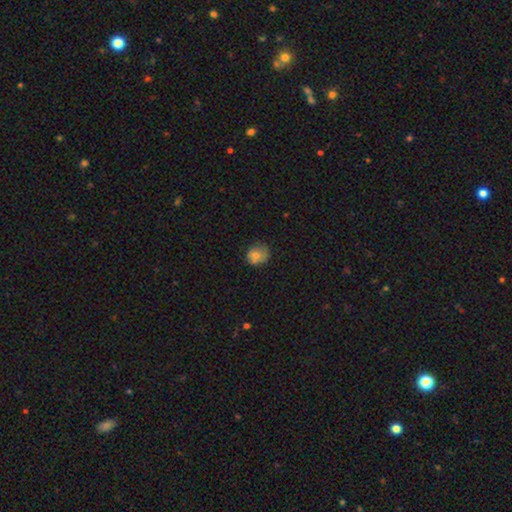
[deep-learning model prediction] smooth_or_featured: smooth (p=0.75) [alt: featured or disk p=0.15]
how_rounded: round (p=0.69) [alt: in between p=0.30]
merging: none (p=0.61) [alt: minor disturbance p=0.28]